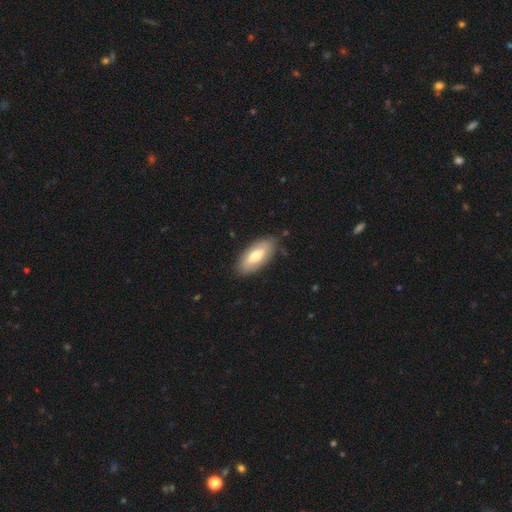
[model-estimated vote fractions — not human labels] A smooth galaxy with no disk features (59%) that is in between round and cigar-shaped (88%). Merging: none (85%).